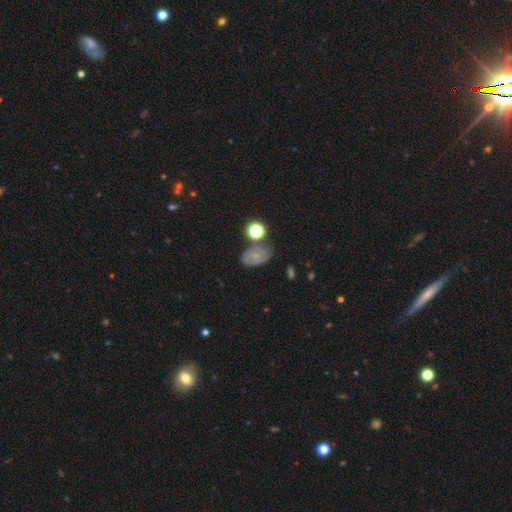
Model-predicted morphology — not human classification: Smooth or featured?
  - smooth: 57% *
  - featured or disk: 28%
  - star or artifact: 15%
How rounded?
  - in between: 79% *
  - round: 20%
  - cigar-shaped: 2%
Merging?
  - none: 61% *
  - minor disturbance: 21%
  - merger: 10%
  - major disturbance: 7%